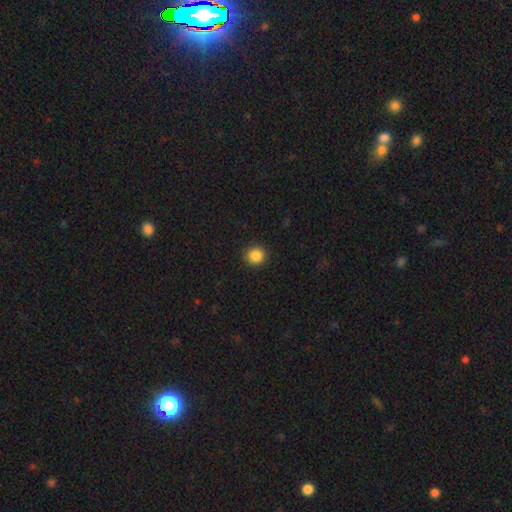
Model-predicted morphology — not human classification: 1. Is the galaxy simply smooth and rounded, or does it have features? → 86% smooth, 10% star or artifact, 3% featured or disk.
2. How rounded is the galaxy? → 93% round, 6% in between, 1% cigar-shaped.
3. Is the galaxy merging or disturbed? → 92% none, 5% minor disturbance, 2% major disturbance, 1% merger.